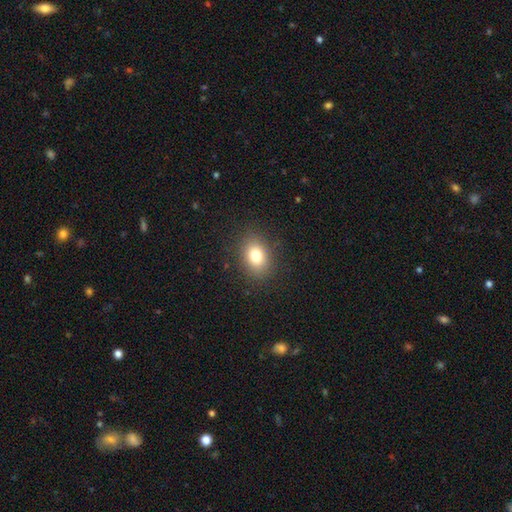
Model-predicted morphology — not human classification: Smooth or featured? smooth (80%)
How rounded? in between (71%)
Merging? none (86%)